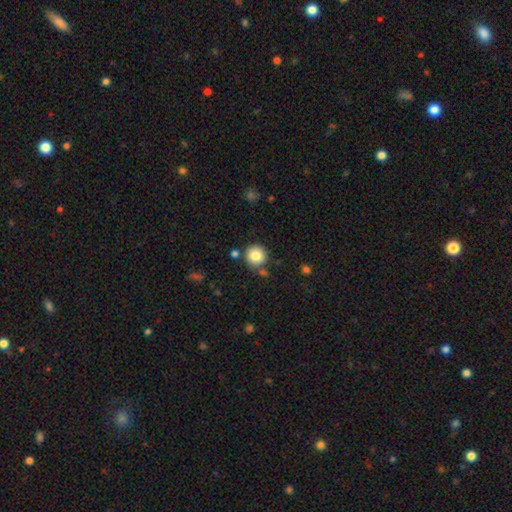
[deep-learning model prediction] A smooth galaxy with no disk features (83%) that is round (95%).

Vote fractions:
- Smooth or featured? smooth: 83% / star or artifact: 9% / featured or disk: 7%
- How rounded? round: 95% / in between: 4% / cigar-shaped: 1%
- Merging? none: 81% / minor disturbance: 9% / merger: 8% / major disturbance: 3%